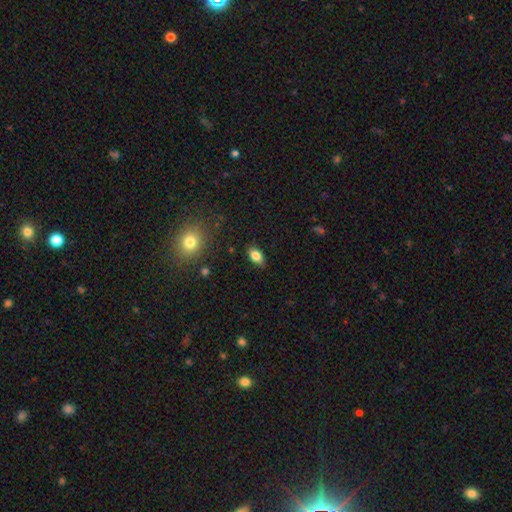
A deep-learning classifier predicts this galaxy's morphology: type=smooth (80%); roundness=in between (88%); merging=none (83%).